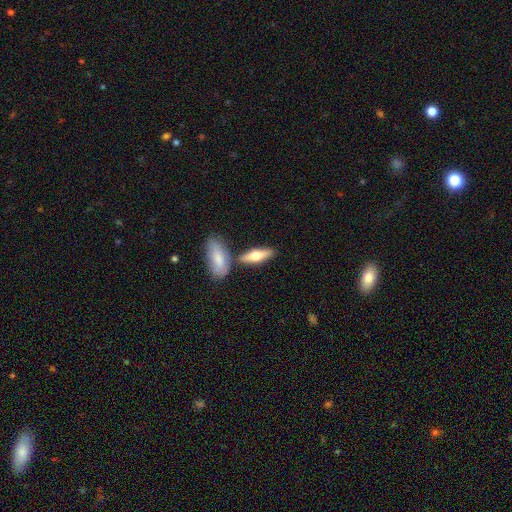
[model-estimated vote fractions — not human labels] Smooth or featured? Predicted: smooth (p=0.53). How rounded? Predicted: cigar-shaped (p=0.49). Merging? Predicted: none (p=0.72).